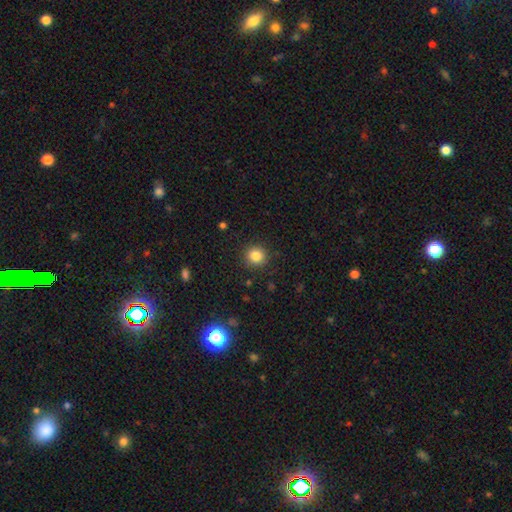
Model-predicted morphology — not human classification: A smooth galaxy with no disk features (83%) that is round (91%).

Vote fractions:
- Smooth or featured? smooth: 83% / star or artifact: 12% / featured or disk: 5%
- How rounded? round: 91% / in between: 8% / cigar-shaped: 1%
- Merging? none: 90% / minor disturbance: 7% / major disturbance: 2% / merger: 1%